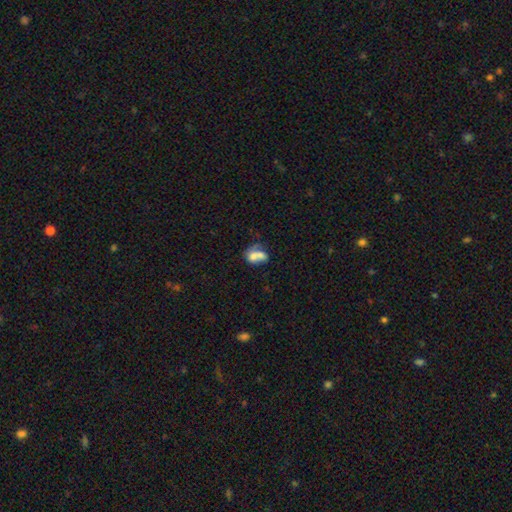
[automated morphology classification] Overall: smooth (63%; featured or disk 27%). How rounded: in between (67%; round 31%). Merging: merger (64%).